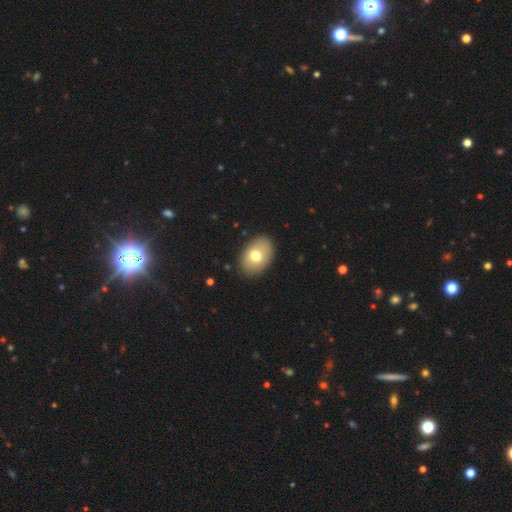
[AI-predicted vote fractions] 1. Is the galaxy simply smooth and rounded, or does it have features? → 73% smooth, 20% featured or disk, 7% star or artifact.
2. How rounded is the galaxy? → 83% in between, 16% round, 1% cigar-shaped.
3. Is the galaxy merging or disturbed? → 88% none, 9% minor disturbance, 2% major disturbance, 1% merger.